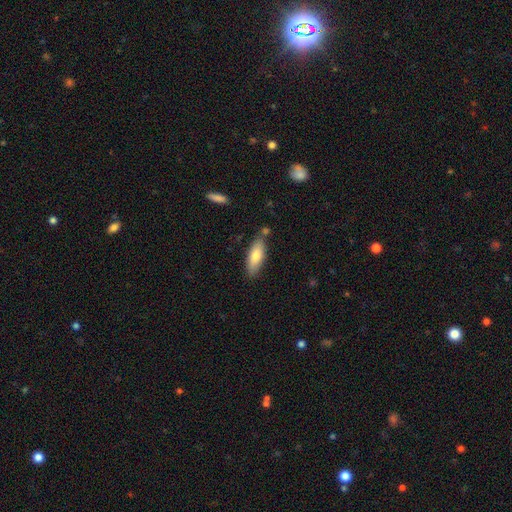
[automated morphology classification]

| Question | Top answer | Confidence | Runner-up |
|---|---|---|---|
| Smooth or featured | smooth | 76% | featured or disk (18%) |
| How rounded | in between | 66% | cigar-shaped (32%) |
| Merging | none | 75% | minor disturbance (15%) |